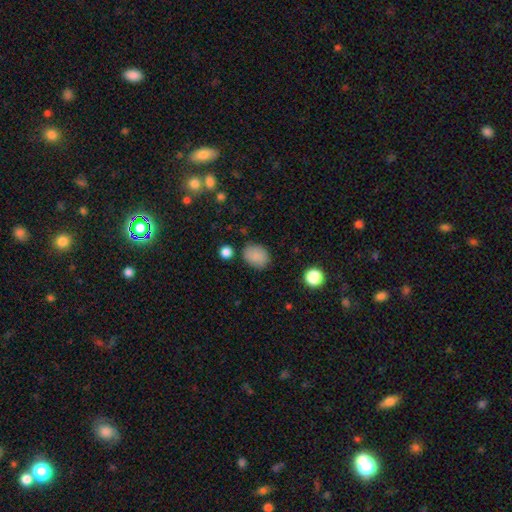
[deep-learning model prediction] Smooth or featured?
  - smooth: 86% *
  - star or artifact: 9%
  - featured or disk: 5%
How rounded?
  - in between: 57% *
  - round: 42%
  - cigar-shaped: 1%
Merging?
  - none: 79% *
  - minor disturbance: 14%
  - major disturbance: 4%
  - merger: 3%